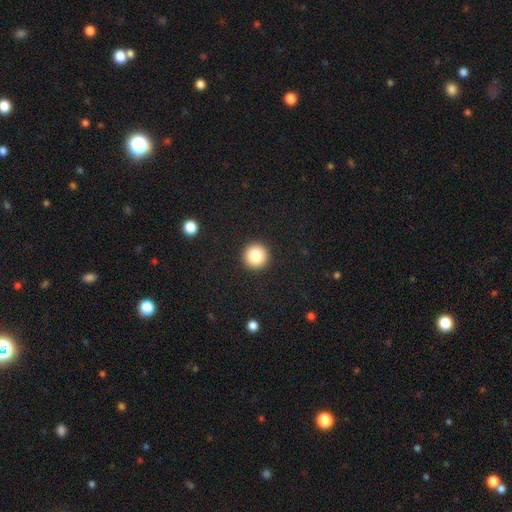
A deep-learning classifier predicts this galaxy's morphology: A smooth galaxy with no disk features (83%) that is round (96%).

Vote fractions:
- Smooth or featured? smooth: 83% / star or artifact: 10% / featured or disk: 7%
- How rounded? round: 96% / in between: 3% / cigar-shaped: 1%
- Merging? none: 93% / minor disturbance: 4% / major disturbance: 2% / merger: 1%